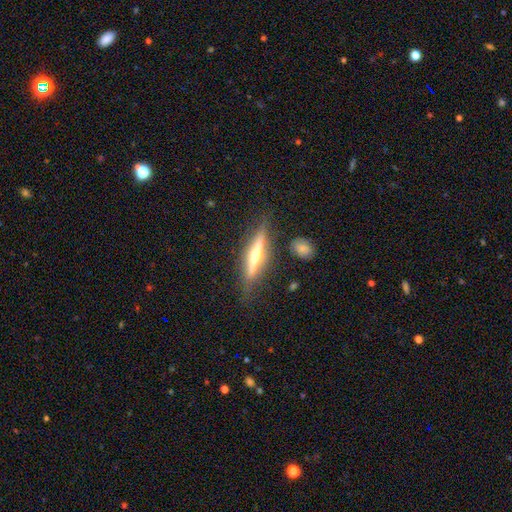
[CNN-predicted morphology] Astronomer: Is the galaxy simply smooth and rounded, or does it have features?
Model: featured or disk — 72%.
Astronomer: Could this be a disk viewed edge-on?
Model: yes — 96%.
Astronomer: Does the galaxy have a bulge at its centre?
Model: rounded — 85%.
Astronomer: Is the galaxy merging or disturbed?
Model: none — 81%.